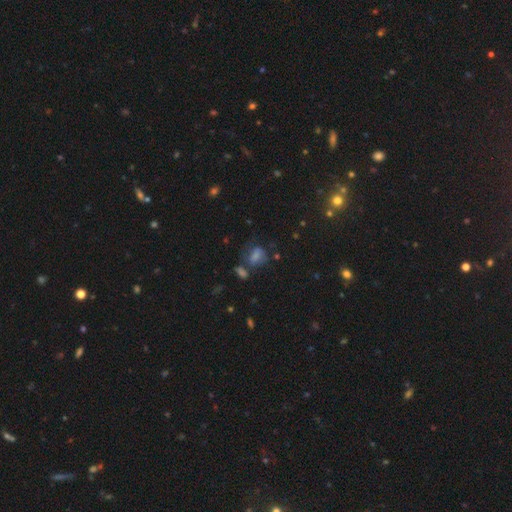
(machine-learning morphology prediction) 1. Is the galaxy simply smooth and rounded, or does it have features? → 42% smooth, 34% star or artifact, 25% featured or disk.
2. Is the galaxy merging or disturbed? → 56% none, 18% minor disturbance, 15% merger, 11% major disturbance.